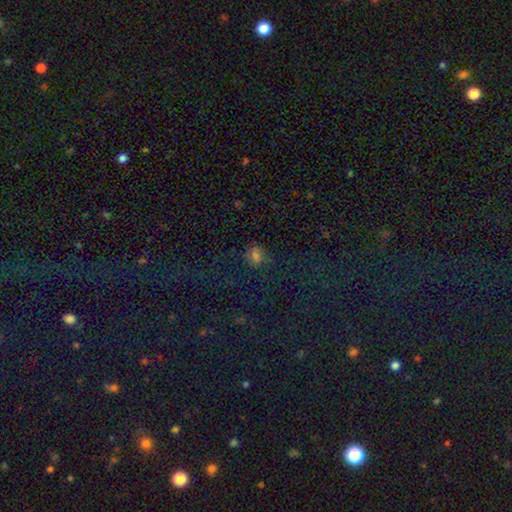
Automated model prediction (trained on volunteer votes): smooth_or_featured: smooth (p=0.60) [alt: star or artifact p=0.30]
how_rounded: round (p=0.59) [alt: in between p=0.39]
merging: none (p=0.73) [alt: minor disturbance p=0.17]